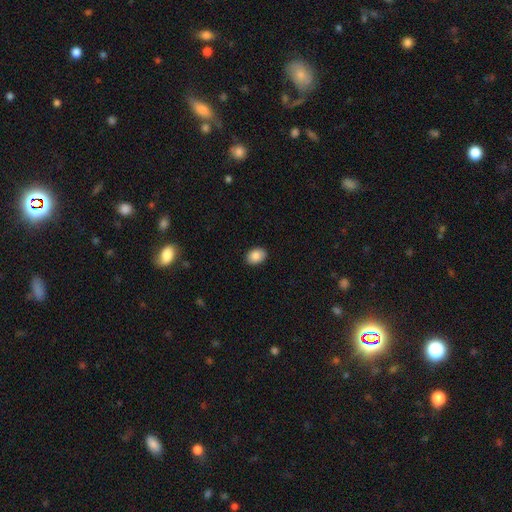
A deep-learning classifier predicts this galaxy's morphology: Smooth or featured?
  - smooth: 87% *
  - star or artifact: 8%
  - featured or disk: 6%
How rounded?
  - in between: 76% *
  - round: 23%
  - cigar-shaped: 1%
Merging?
  - none: 90% *
  - minor disturbance: 8%
  - major disturbance: 2%
  - merger: 1%